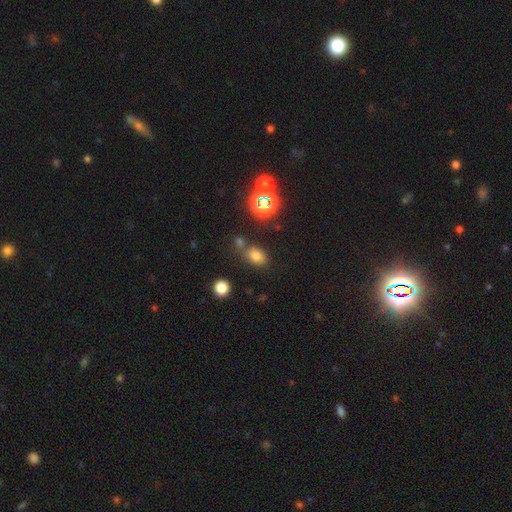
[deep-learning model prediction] smooth_or_featured: smooth (p=0.72) [alt: star or artifact p=0.20]
how_rounded: in between (p=0.71) [alt: round p=0.27]
merging: none (p=0.68) [alt: merger p=0.14]